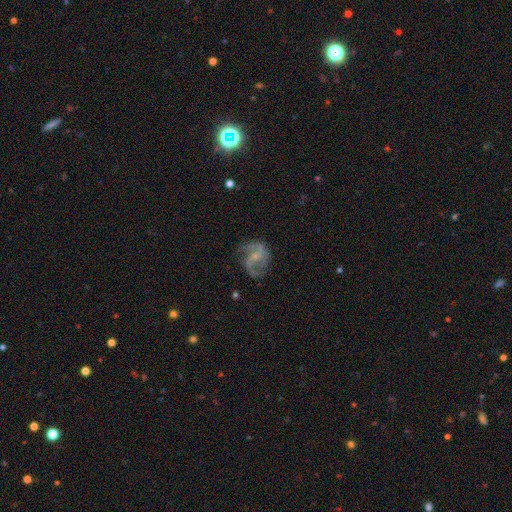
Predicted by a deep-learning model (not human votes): This appears to be a featured or disk galaxy (82%) with a weak bar (48%), 2 (83%) medium (46%) spiral arms (93%) and a small central bulge (62%). Merging: none (64%).